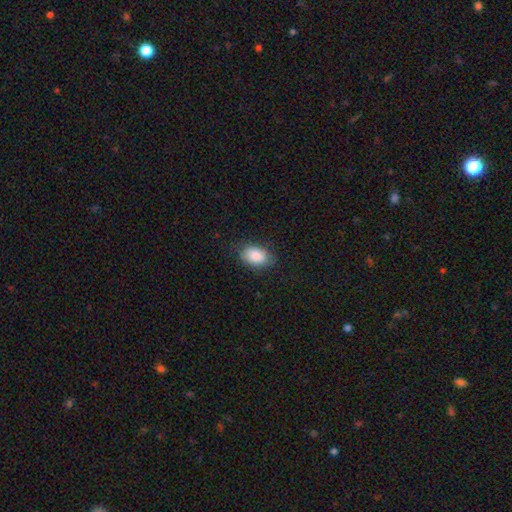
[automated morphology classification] Smooth or featured? Predicted: smooth (p=0.88). How rounded? Predicted: in between (p=0.89). Merging? Predicted: none (p=0.77).